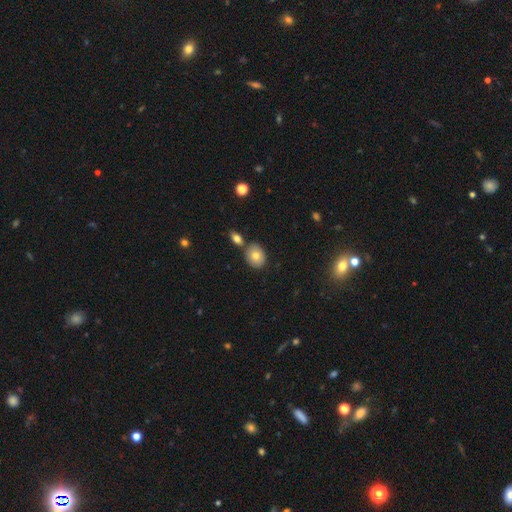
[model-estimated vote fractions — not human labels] Smooth or featured? Predicted: smooth (p=0.75). How rounded? Predicted: round (p=0.50). Merging? Predicted: none (p=0.73).